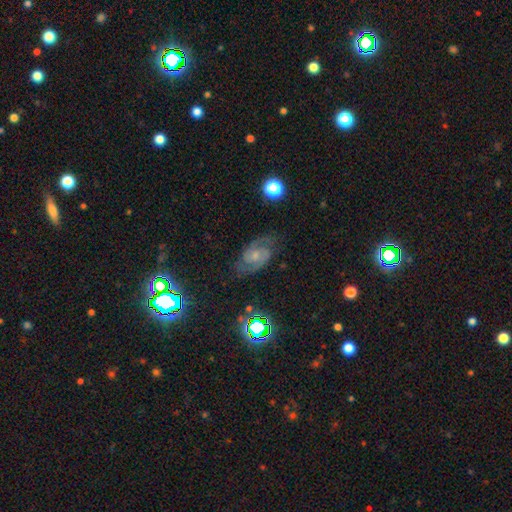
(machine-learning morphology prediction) smooth-or-featured: featured or disk: 80% | star or artifact: 11% | smooth: 8%
  disk-edge-on: no: 97% | yes: 3%
    bar: no: 51% | weak: 40% | strong: 9%
    has-spiral-arms: yes: 97% | no: 3%
      spiral-winding: medium: 50% | tight: 39% | loose: 10%
      spiral-arm-count: 2: 88% | can't tell: 5% | 3: 3% | 1: 1% | 4: 1% | more than 4: 1%
    bulge-size: small: 49% | moderate: 34% | none: 12% | large: 3% | dominant: 1%
  merging: none: 78% | minor disturbance: 15% | major disturbance: 6% | merger: 1%